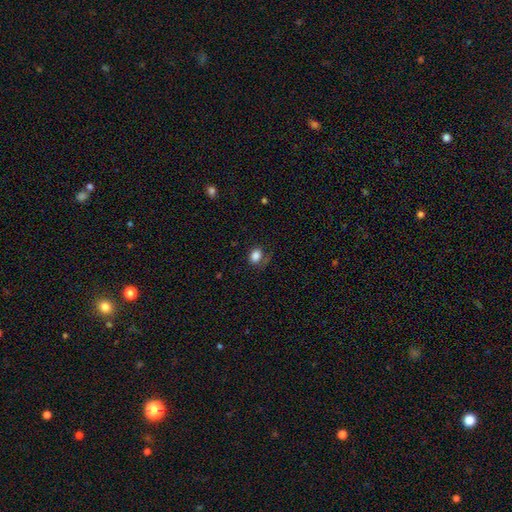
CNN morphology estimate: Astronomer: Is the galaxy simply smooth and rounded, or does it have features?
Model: smooth — 83%.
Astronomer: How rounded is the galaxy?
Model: in between — 61% (runner-up: round, 38%).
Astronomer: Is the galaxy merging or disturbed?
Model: none — 66%.